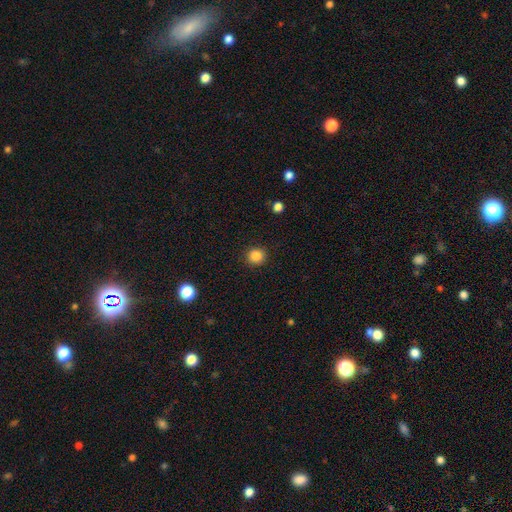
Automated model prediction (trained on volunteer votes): Overall: smooth (85%). How rounded: round (92%). Merging: none (91%).